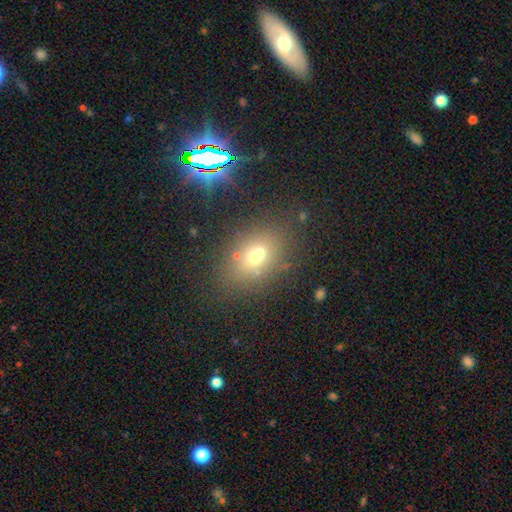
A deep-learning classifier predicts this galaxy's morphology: This appears to be a smooth galaxy with no disk features (57%) that is in between round and cigar-shaped (71%). Merging: none (61%).